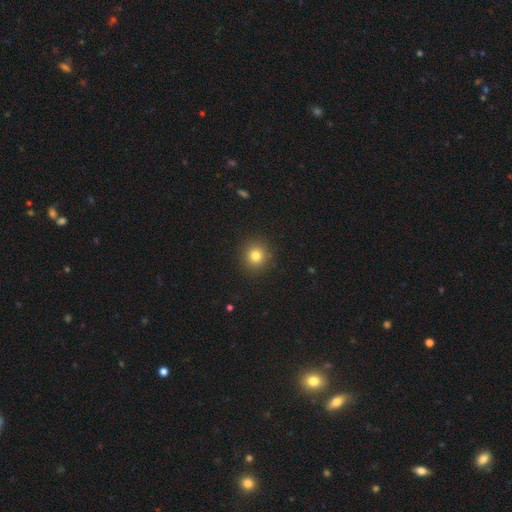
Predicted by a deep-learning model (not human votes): Smooth or featured? smooth (81%)
How rounded? round (89%)
Merging? none (91%)